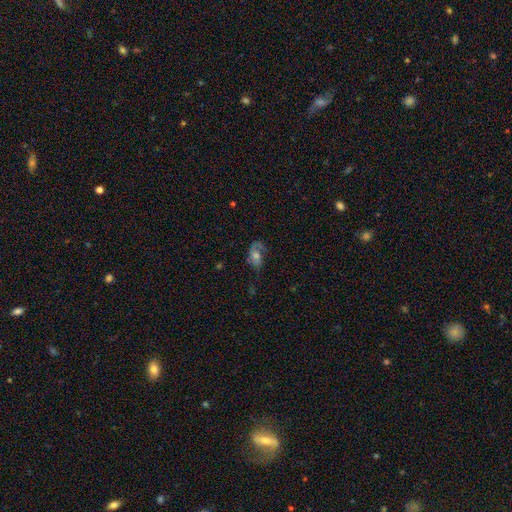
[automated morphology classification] Smooth or featured?
  - featured or disk: 65% *
  - smooth: 24%
  - star or artifact: 11%
Edge-on disk?
  - no: 95% *
  - yes: 5%
Bar?
  - no: 66% *
  - weak: 27%
  - strong: 7%
Spiral arms?
  - yes: 85% *
  - no: 15%
Spiral winding?
  - medium: 42% *
  - loose: 37%
  - tight: 21%
Spiral arm count?
  - 2: 57% *
  - 1: 29%
  - can't tell: 10%
  - 3: 2%
  - 4: 1%
  - more than 4: 1%
Bulge size?
  - moderate: 59% *
  - small: 25%
  - large: 11%
  - none: 4%
  - dominant: 2%
Merging?
  - none: 54% *
  - minor disturbance: 22%
  - major disturbance: 21%
  - merger: 2%